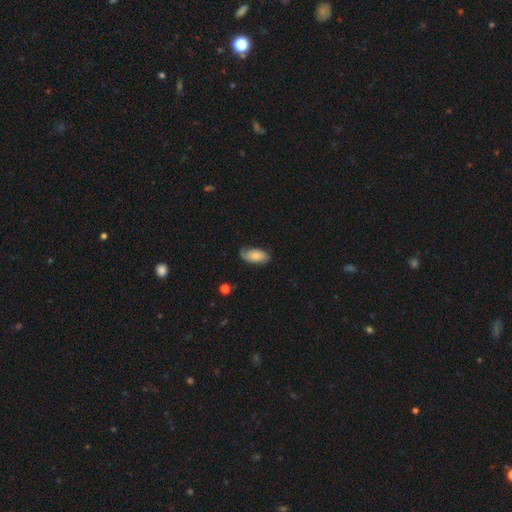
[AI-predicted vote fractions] Smooth or featured?
  - smooth: 49% *
  - featured or disk: 44%
  - star or artifact: 7%
Merging?
  - none: 63% *
  - minor disturbance: 26%
  - major disturbance: 9%
  - merger: 1%